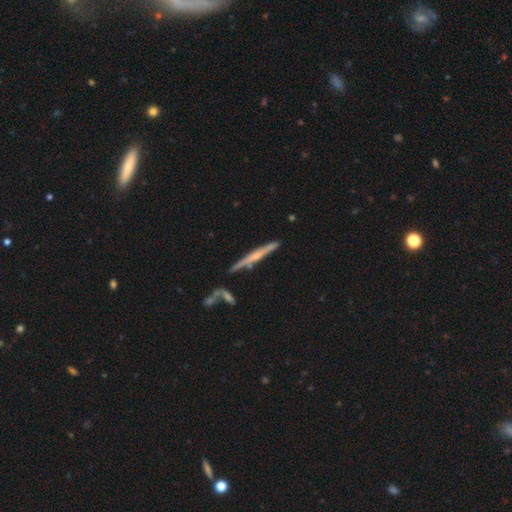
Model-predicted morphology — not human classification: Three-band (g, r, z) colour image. It shows a featured or disk galaxy (64%) viewed edge-on (94%) with a rounded central bulge (57%). Merging: none (71%).